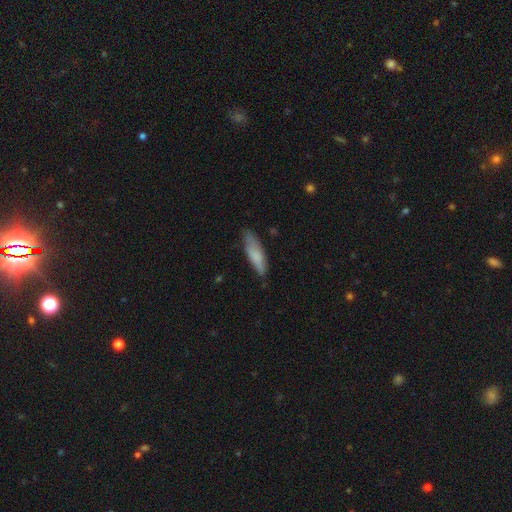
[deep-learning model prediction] Q: Smooth or featured?
A: smooth (77%); runner-up: featured or disk (17%)
Q: How rounded?
A: cigar-shaped (58%); runner-up: in between (40%)
Q: Merging?
A: none (67%); runner-up: minor disturbance (27%)